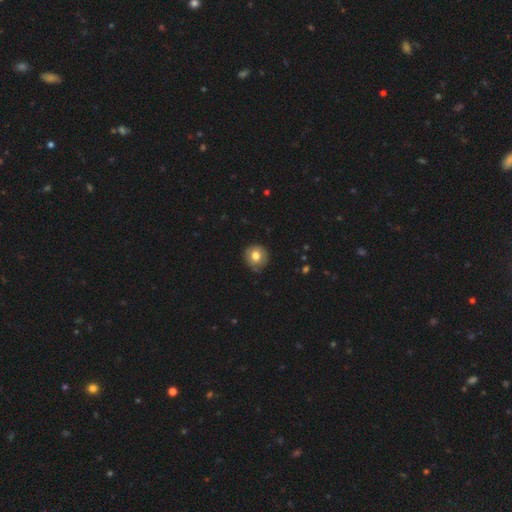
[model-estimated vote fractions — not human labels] Smooth or featured?
  - smooth: 72% *
  - featured or disk: 20%
  - star or artifact: 8%
How rounded?
  - round: 89% *
  - in between: 10%
  - cigar-shaped: 1%
Merging?
  - none: 83% *
  - minor disturbance: 14%
  - major disturbance: 3%
  - merger: 1%